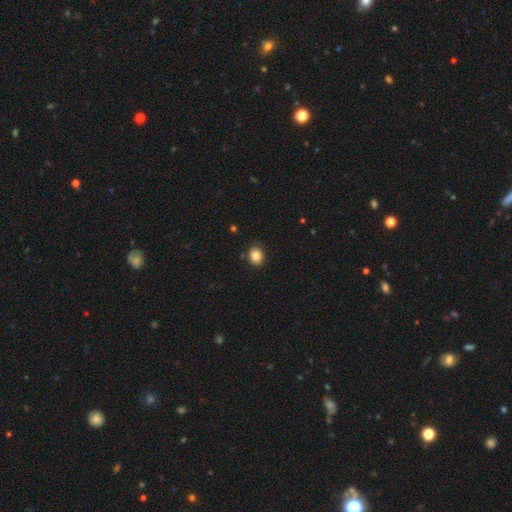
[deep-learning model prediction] The model was most divided on "how rounded": in between: 51%, round: 48%, cigar-shaped: 1%. More confident: smooth or featured — smooth (86%); merging — none (84%).